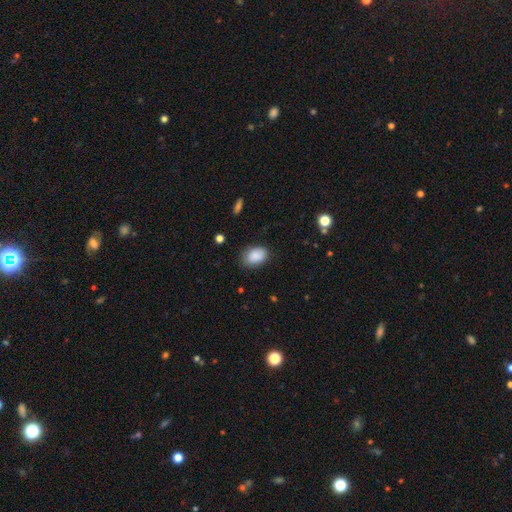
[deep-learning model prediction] A smooth galaxy with no disk features (88%) that is in between round and cigar-shaped (85%).

Vote fractions:
- Smooth or featured? smooth: 88% / star or artifact: 7% / featured or disk: 5%
- How rounded? in between: 85% / round: 14% / cigar-shaped: 1%
- Merging? none: 79% / minor disturbance: 16% / major disturbance: 4% / merger: 1%